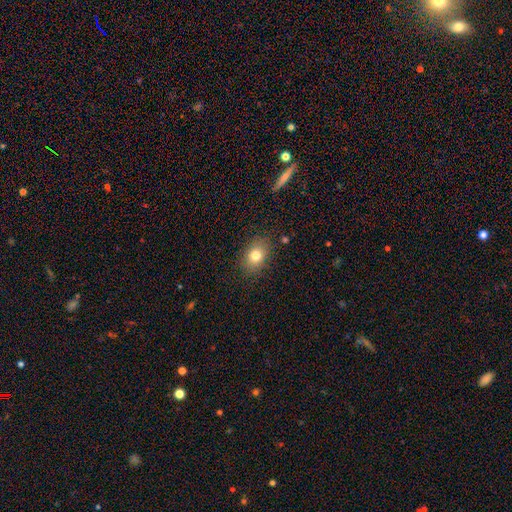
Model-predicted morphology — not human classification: This appears to be a smooth galaxy with no disk features (79%) that is in between round and cigar-shaped (67%). Merging: none (84%).